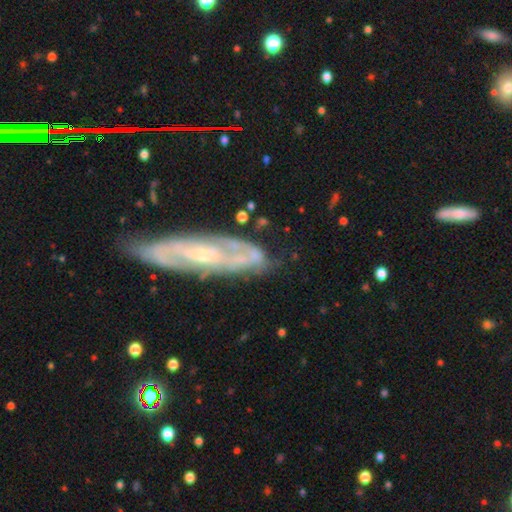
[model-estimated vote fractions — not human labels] smooth-or-featured: featured or disk: 52% | smooth: 37% | star or artifact: 12%
  disk-edge-on: no: 84% | yes: 16%
  merging: none: 38% | major disturbance: 25% | minor disturbance: 22% | merger: 15%